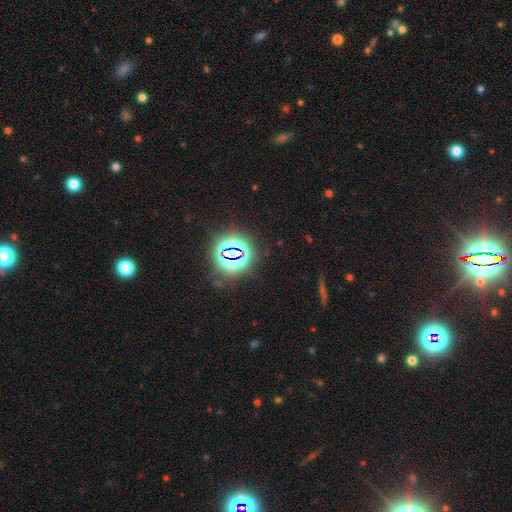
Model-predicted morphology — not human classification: Smooth or featured? star or artifact (78%)